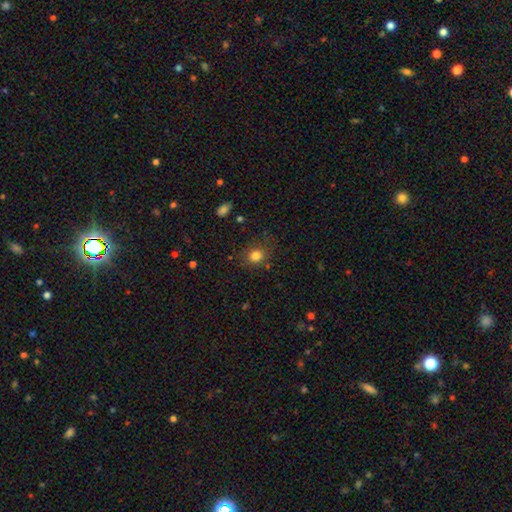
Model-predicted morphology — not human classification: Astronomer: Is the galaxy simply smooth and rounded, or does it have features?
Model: smooth — 81%.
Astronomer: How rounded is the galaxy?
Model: round — 74%.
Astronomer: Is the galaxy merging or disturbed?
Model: none — 79%.